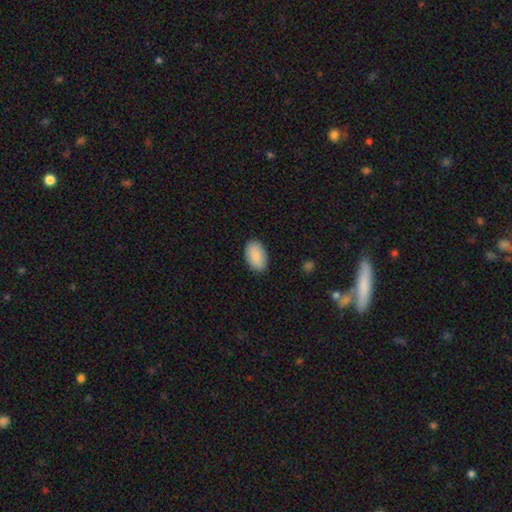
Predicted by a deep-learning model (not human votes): smooth 90%, star or artifact 6%, featured or disk 4%. Down the decision tree: how rounded — in between (93%); merging — none (88%).